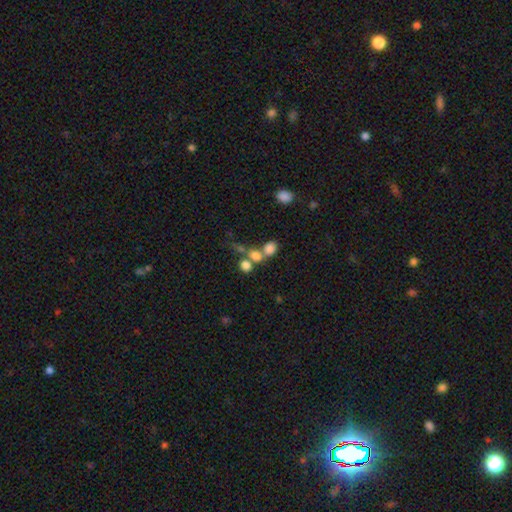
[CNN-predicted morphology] A smooth galaxy with no disk features (72%) that is round (57%).

Vote fractions:
- Smooth or featured? smooth: 72% / star or artifact: 14% / featured or disk: 13%
- How rounded? round: 57% / in between: 41% / cigar-shaped: 2%
- Merging? merger: 54% / none: 31% / minor disturbance: 8% / major disturbance: 7%